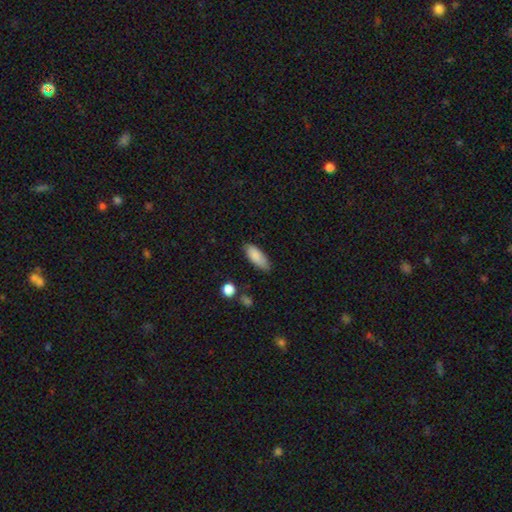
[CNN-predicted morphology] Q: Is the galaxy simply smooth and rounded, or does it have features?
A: smooth — 87%.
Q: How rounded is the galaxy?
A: in between — 75%.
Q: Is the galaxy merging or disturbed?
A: none — 76%.